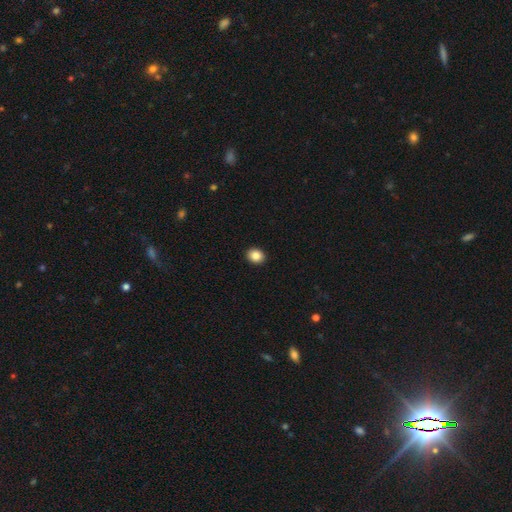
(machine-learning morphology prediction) smooth-or-featured: smooth: 86% | star or artifact: 9% | featured or disk: 5%
  how-rounded: round: 60% | in between: 39% | cigar-shaped: 1%
  merging: none: 93% | minor disturbance: 5% | major disturbance: 1% | merger: 1%